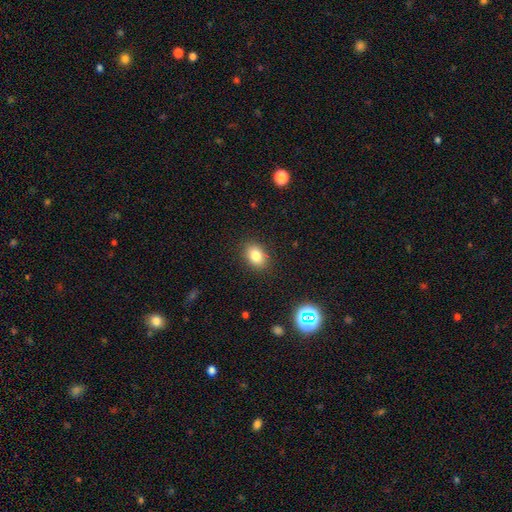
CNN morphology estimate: The model was most divided on "how rounded": in between: 74%, round: 25%, cigar-shaped: 1%. More confident: merging — none (88%); smooth or featured — smooth (82%).